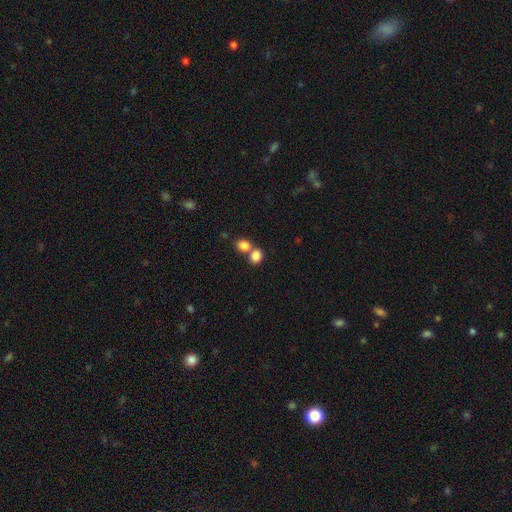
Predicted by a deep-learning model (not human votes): Smooth or featured?
  - smooth: 84% *
  - star or artifact: 10%
  - featured or disk: 7%
How rounded?
  - round: 54% *
  - in between: 45%
  - cigar-shaped: 1%
Merging?
  - merger: 52% *
  - none: 39%
  - minor disturbance: 7%
  - major disturbance: 3%